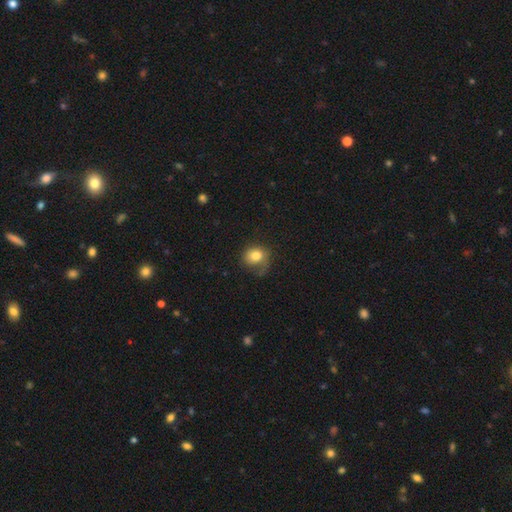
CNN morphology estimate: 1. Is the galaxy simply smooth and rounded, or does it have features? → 75% smooth, 16% featured or disk, 9% star or artifact.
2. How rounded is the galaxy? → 69% round, 31% in between, 1% cigar-shaped.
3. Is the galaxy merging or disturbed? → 45% none, 27% minor disturbance, 26% major disturbance, 3% merger.